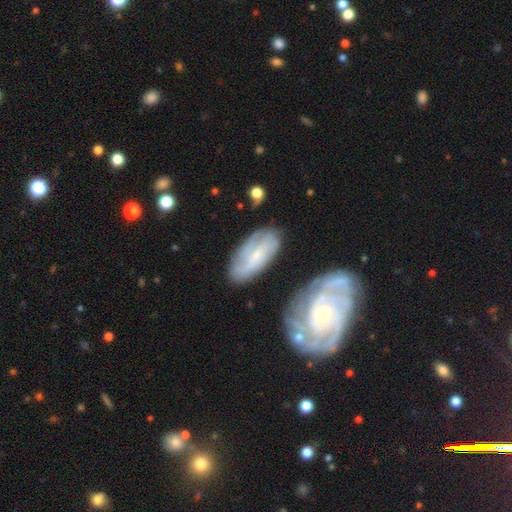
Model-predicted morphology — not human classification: Smooth or featured: featured or disk — 61% (smooth — 33%)
Edge-on disk: no — 89% (yes — 11%)
Bar: no — 48% (weak — 39%)
Spiral arms: yes — 82% (no — 18%)
Bulge size: small — 69% (moderate — 19%)
Merging: none — 69% (minor disturbance — 18%)